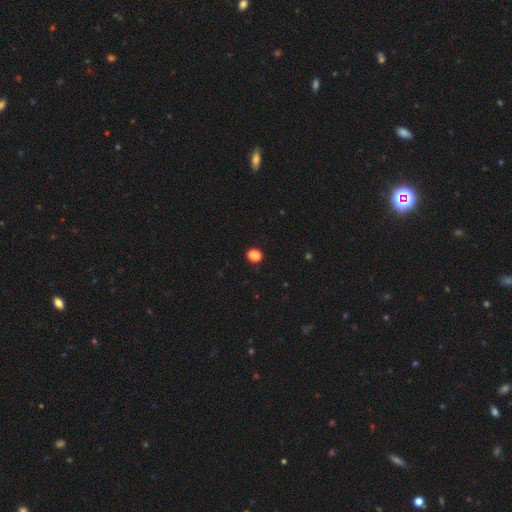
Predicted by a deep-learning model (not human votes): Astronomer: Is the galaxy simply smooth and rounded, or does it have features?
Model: smooth — 73%.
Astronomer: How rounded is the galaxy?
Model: round — 51% (runner-up: in between, 47%).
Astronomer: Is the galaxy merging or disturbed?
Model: none — 84%.